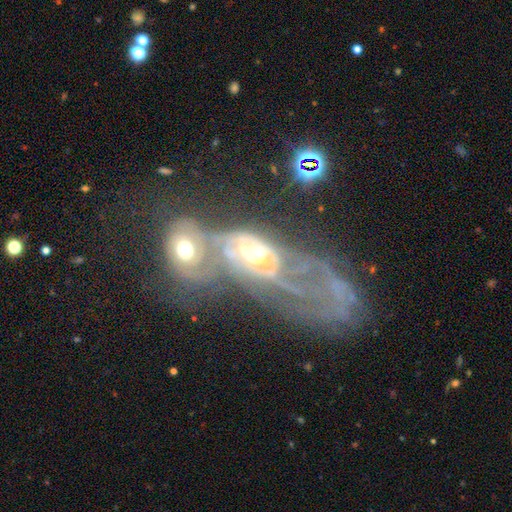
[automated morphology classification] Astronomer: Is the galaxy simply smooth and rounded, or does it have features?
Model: featured or disk — 77%.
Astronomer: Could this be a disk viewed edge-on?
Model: no — 93%.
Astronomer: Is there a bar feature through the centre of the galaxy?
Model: no — 65%.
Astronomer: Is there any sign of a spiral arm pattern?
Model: yes — 69%.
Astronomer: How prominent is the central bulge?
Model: moderate — 63%.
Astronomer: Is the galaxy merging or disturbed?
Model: merger — 64%.